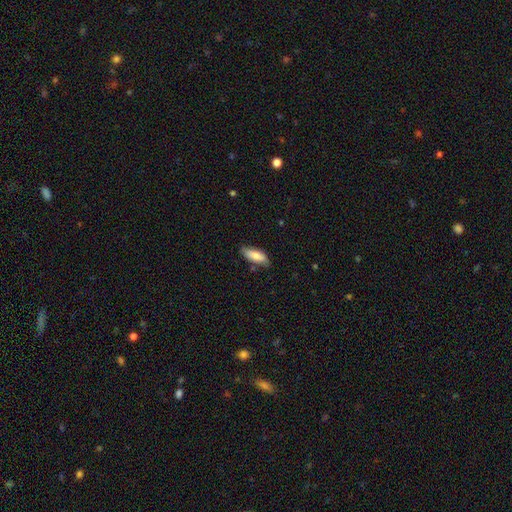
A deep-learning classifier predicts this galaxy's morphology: smooth 80%, featured or disk 14%, star or artifact 6%. Down the decision tree: how rounded — in between (73%); merging — none (74%).